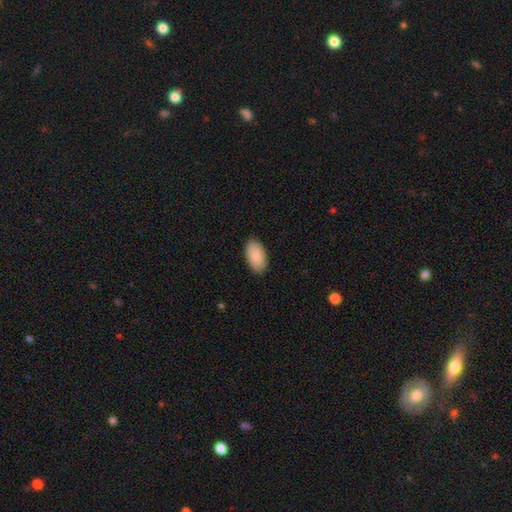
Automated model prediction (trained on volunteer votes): A smooth galaxy with no disk features (89%) that is in between round and cigar-shaped (96%).

Vote fractions:
- Smooth or featured? smooth: 89% / star or artifact: 6% / featured or disk: 5%
- How rounded? in between: 96% / round: 3% / cigar-shaped: 2%
- Merging? none: 89% / minor disturbance: 9% / major disturbance: 2% / merger: 1%